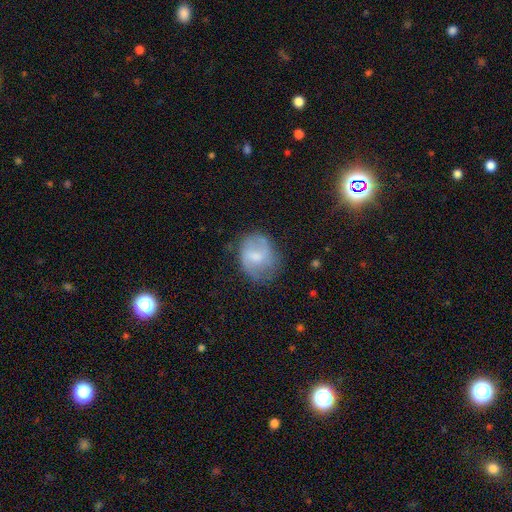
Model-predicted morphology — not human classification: smooth_or_featured: featured or disk (p=0.51) [alt: smooth p=0.42]
disk_edge_on: no (p=0.97) [alt: yes p=0.03]
merging: none (p=0.61) [alt: minor disturbance p=0.25]